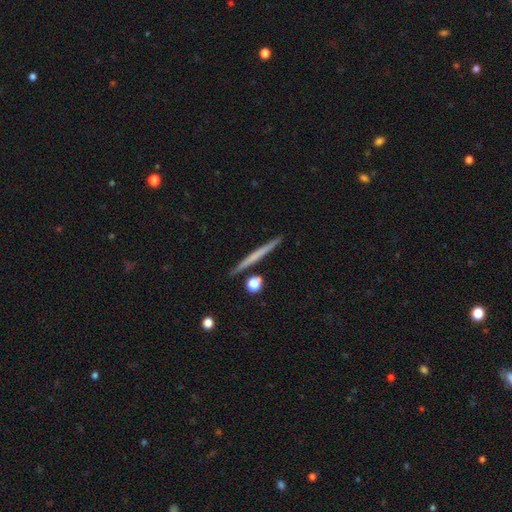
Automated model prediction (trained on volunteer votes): Smooth or featured: featured or disk — 48% (smooth — 46%)
Merging: none — 90% (minor disturbance — 6%)